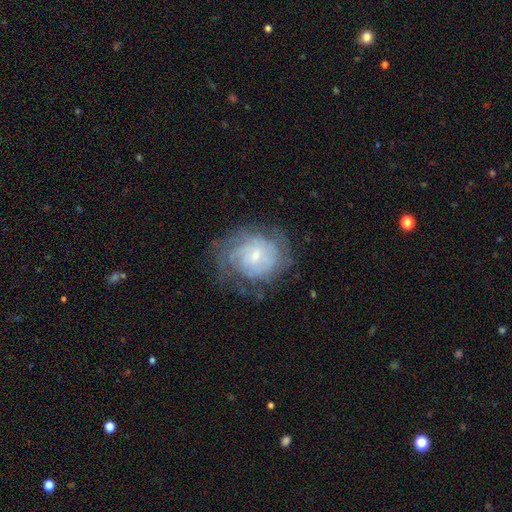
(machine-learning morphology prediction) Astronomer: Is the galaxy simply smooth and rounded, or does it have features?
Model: featured or disk — 76%.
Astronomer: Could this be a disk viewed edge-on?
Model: no — 97%.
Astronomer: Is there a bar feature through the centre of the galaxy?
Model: no — 63%.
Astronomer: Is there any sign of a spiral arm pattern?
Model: yes — 89%.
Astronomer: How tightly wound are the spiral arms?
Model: tight — 65%.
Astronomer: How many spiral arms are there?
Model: can't tell — 50%.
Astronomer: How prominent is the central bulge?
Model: small — 73%.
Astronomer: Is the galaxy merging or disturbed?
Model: none — 64%.